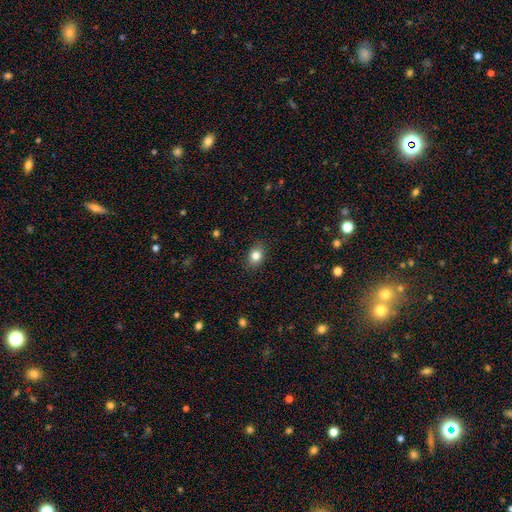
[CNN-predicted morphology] Smooth or featured? smooth (82%)
How rounded? in between (64%)
Merging? none (87%)